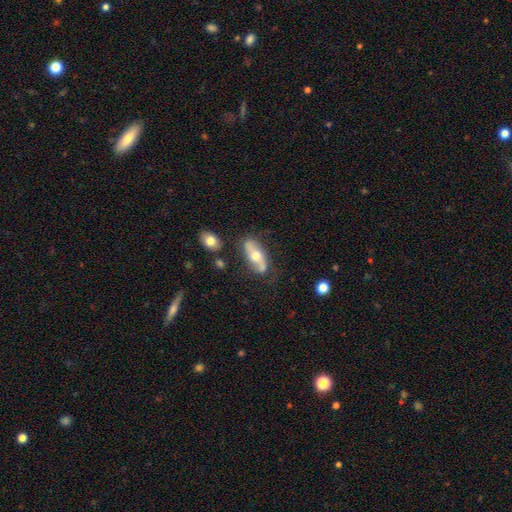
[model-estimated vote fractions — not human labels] smooth_or_featured: featured or disk (p=0.51) [alt: smooth p=0.42]
disk_edge_on: no (p=0.76) [alt: yes p=0.24]
merging: none (p=0.68) [alt: minor disturbance p=0.19]